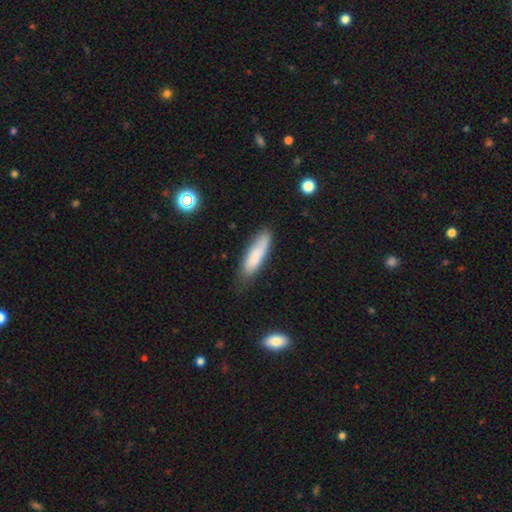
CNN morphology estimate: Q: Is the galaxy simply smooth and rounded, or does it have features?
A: smooth — 82%.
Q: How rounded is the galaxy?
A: cigar-shaped — 67%.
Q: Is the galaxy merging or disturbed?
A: none — 72%.